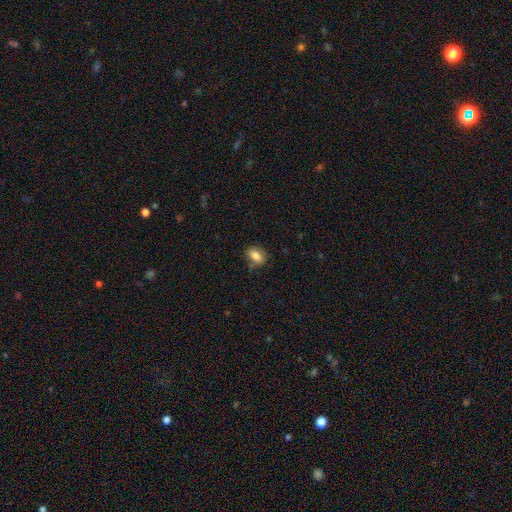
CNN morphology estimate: The model was most divided on "merging": none: 69%, minor disturbance: 23%, major disturbance: 6%, merger: 2%. More confident: how rounded — in between (80%); smooth or featured — smooth (79%).